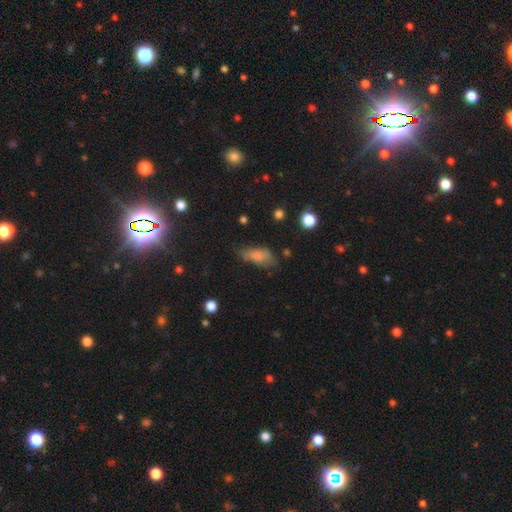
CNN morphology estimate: Smooth or featured? smooth (65%)
How rounded? in between (75%)
Merging? none (55%)